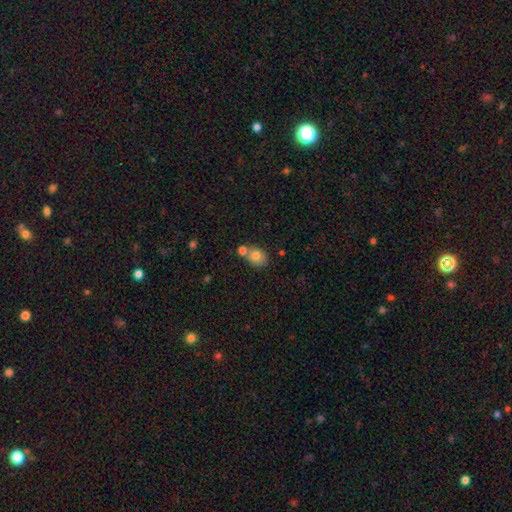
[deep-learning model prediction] This is likely a smooth galaxy (76%). How rounded: possibly in between (55%). Merging: possibly none (47%).